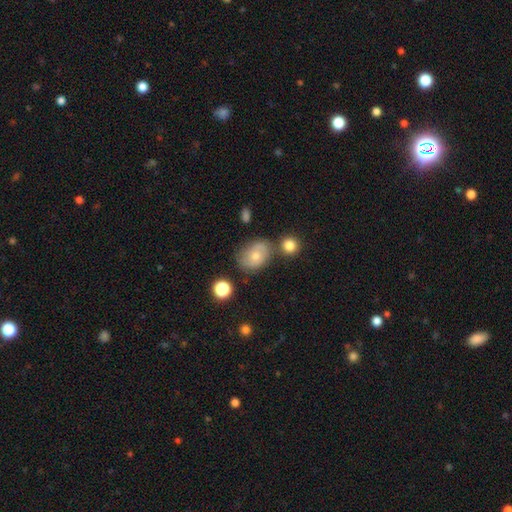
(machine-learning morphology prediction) type=smooth (55%); roundness=in between (57%); merging=none (59%).